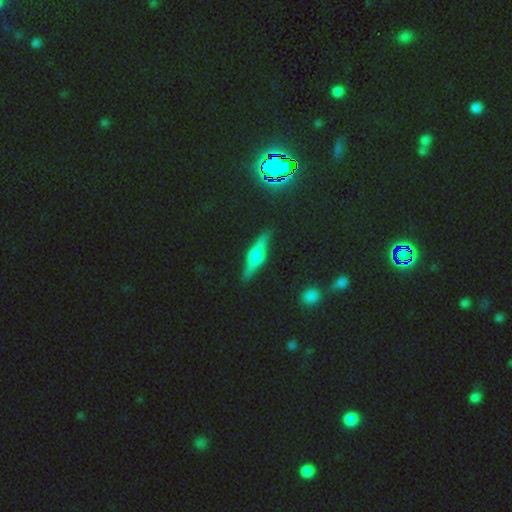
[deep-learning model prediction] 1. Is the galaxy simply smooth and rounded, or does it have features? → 64% featured or disk, 25% smooth, 11% star or artifact.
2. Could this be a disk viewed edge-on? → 94% yes, 6% no.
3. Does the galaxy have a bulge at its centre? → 87% rounded, 10% boxy, 4% none.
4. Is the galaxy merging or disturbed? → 87% none, 9% minor disturbance, 2% major disturbance, 2% merger.